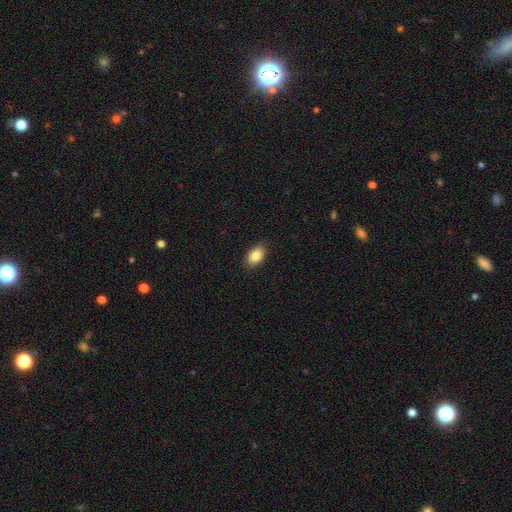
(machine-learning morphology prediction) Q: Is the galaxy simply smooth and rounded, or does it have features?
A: smooth — 84%.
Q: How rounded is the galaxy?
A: in between — 89%.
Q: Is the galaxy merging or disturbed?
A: none — 88%.